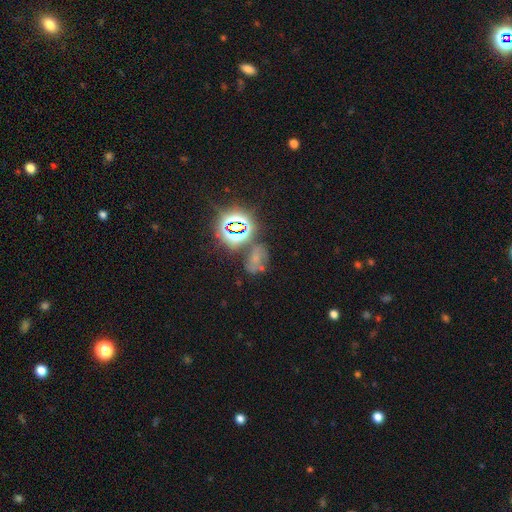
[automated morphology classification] Smooth or featured? star or artifact (46%)